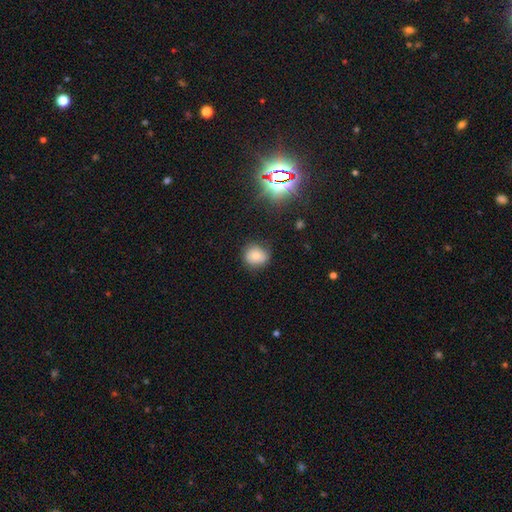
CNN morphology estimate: Q: Smooth or featured?
A: smooth (68%); runner-up: featured or disk (17%)
Q: How rounded?
A: round (79%); runner-up: in between (20%)
Q: Merging?
A: none (76%); runner-up: minor disturbance (18%)